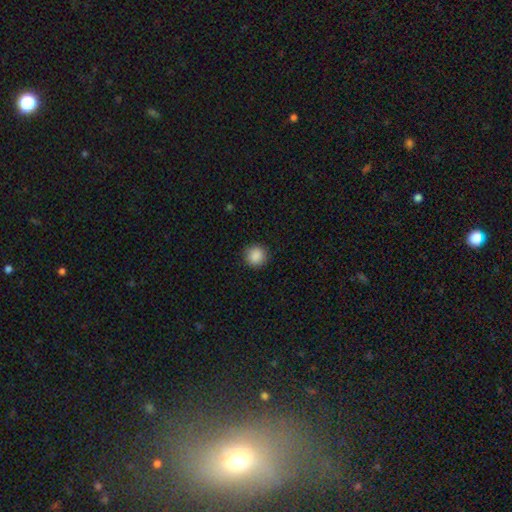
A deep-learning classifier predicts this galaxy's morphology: The model was most divided on "smooth or featured": smooth: 88%, star or artifact: 9%, featured or disk: 3%. More confident: how rounded — round (91%); merging — none (90%).